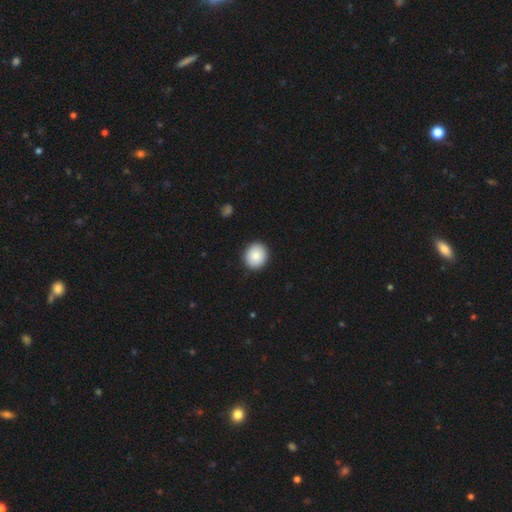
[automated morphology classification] A smooth galaxy with no disk features (88%) that is round (79%).

Vote fractions:
- Smooth or featured? smooth: 88% / star or artifact: 7% / featured or disk: 5%
- How rounded? round: 79% / in between: 20% / cigar-shaped: 1%
- Merging? none: 91% / minor disturbance: 6% / major disturbance: 2% / merger: 1%